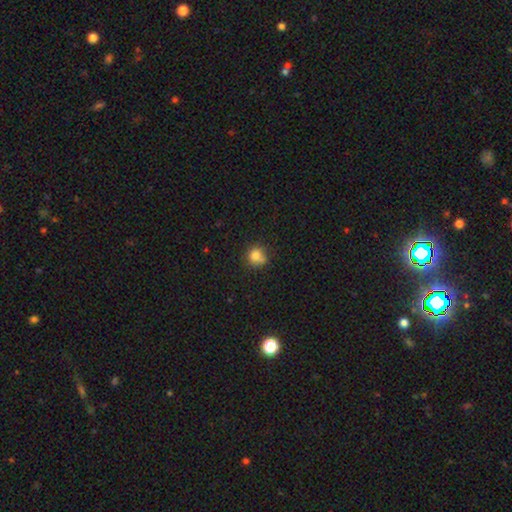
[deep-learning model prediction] Smooth or featured?
  - smooth: 79% *
  - star or artifact: 12%
  - featured or disk: 9%
How rounded?
  - round: 88% *
  - in between: 11%
  - cigar-shaped: 1%
Merging?
  - none: 63% *
  - minor disturbance: 17%
  - merger: 15%
  - major disturbance: 4%